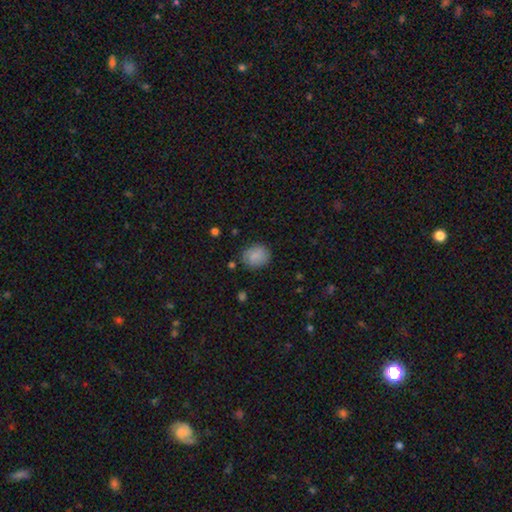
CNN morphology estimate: Smooth or featured?
  - smooth: 86% *
  - star or artifact: 8%
  - featured or disk: 6%
How rounded?
  - round: 62% *
  - in between: 37%
  - cigar-shaped: 1%
Merging?
  - none: 82% *
  - minor disturbance: 12%
  - major disturbance: 3%
  - merger: 2%